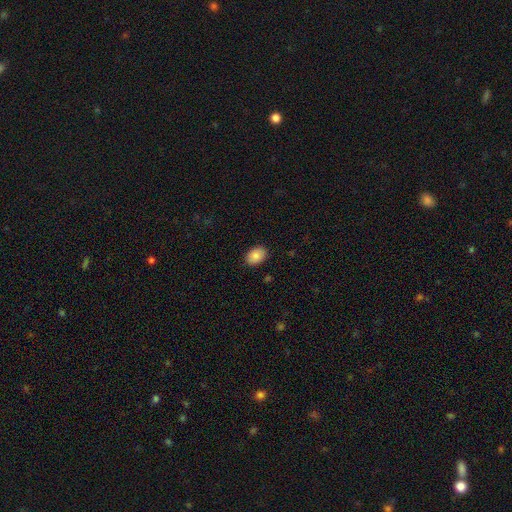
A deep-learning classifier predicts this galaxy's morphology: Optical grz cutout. It shows a smooth galaxy with no disk features (86%) that is in between round and cigar-shaped (79%). Merging: none (88%).